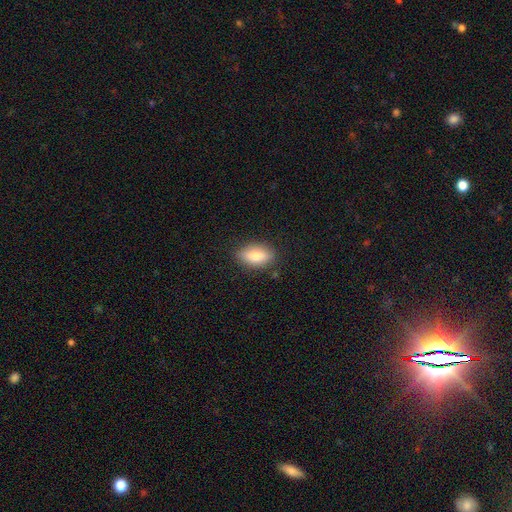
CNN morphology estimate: This appears to be a smooth galaxy with no disk features (77%) that is in between round and cigar-shaped (85%). Merging: none (84%).